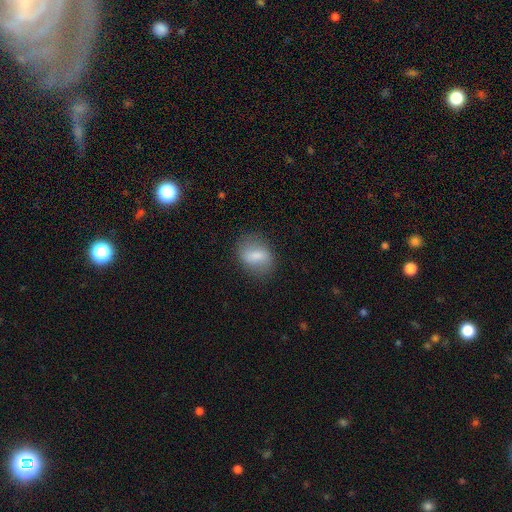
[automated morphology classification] Smooth or featured: smooth — 65% (featured or disk — 27%)
How rounded: in between — 67% (round — 29%)
Merging: none — 76% (minor disturbance — 16%)